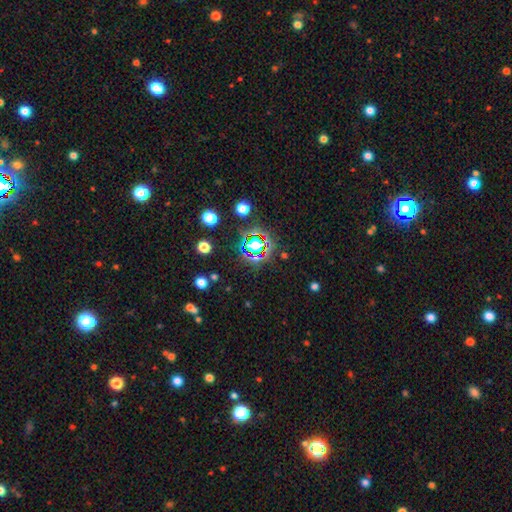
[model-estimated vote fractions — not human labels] Smooth or featured? star or artifact (76%)